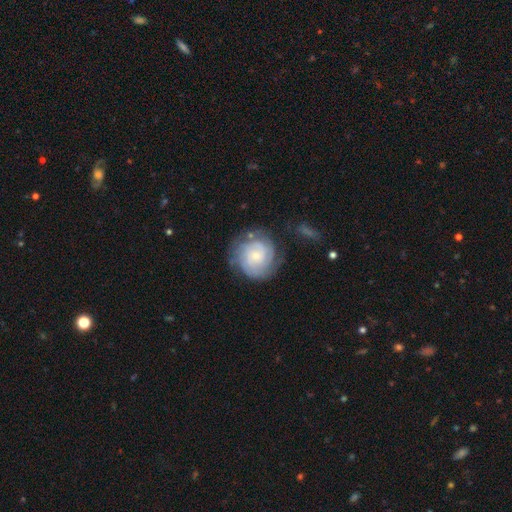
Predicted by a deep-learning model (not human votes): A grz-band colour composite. It shows a featured or disk galaxy (71%) with no bar (75%), tight (71%) spiral arms (91%) and a small central bulge (71%). Merging: none (70%).